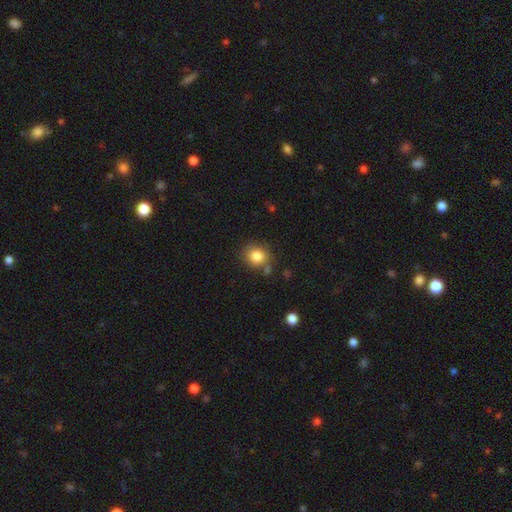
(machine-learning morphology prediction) smooth 83%, star or artifact 10%, featured or disk 7%. Down the decision tree: how rounded — round (80%); merging — none (74%).